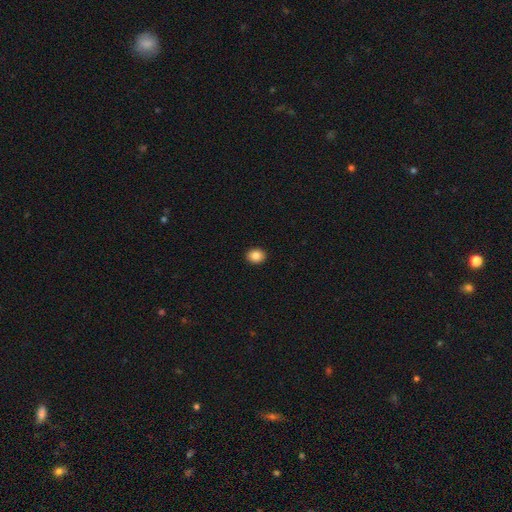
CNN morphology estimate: smooth_or_featured: smooth (p=0.87) [alt: star or artifact p=0.09]
how_rounded: round (p=0.56) [alt: in between p=0.43]
merging: none (p=0.92) [alt: minor disturbance p=0.05]